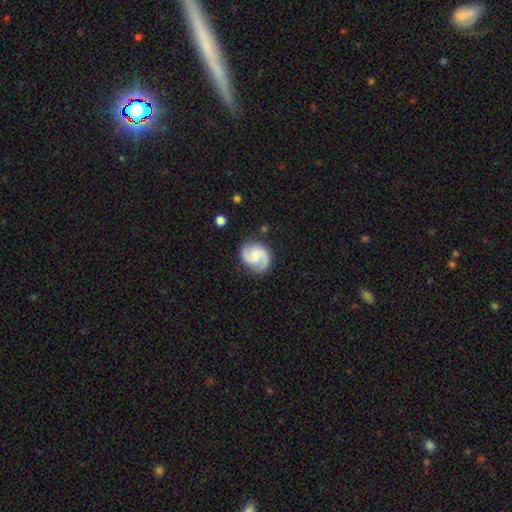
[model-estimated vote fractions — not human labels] Smooth or featured?
  - featured or disk: 82% *
  - smooth: 13%
  - star or artifact: 5%
Edge-on disk?
  - no: 98% *
  - yes: 2%
Bar?
  - no: 49% *
  - weak: 44%
  - strong: 7%
Spiral arms?
  - yes: 97% *
  - no: 3%
Spiral winding?
  - medium: 52% *
  - loose: 25%
  - tight: 23%
Spiral arm count?
  - 2: 92% *
  - can't tell: 3%
  - 1: 2%
  - 3: 1%
  - 4: 1%
  - more than 4: 1%
Bulge size?
  - moderate: 41% *
  - small: 39%
  - none: 14%
  - large: 5%
  - dominant: 1%
Merging?
  - none: 82% *
  - minor disturbance: 13%
  - major disturbance: 4%
  - merger: 2%